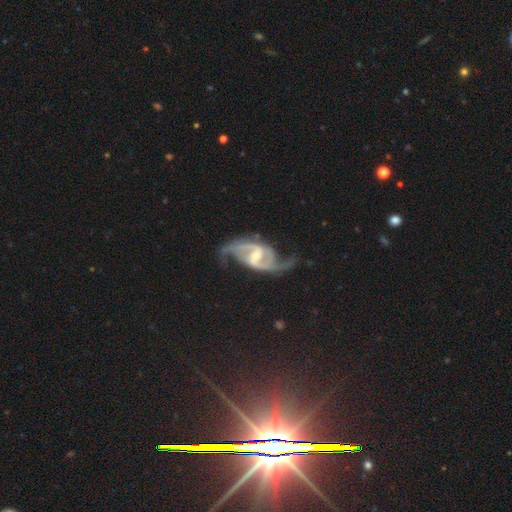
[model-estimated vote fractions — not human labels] This appears to be a featured or disk galaxy (92%) with a weak bar (52%), 2 (93%) loose (49%) spiral arms (98%) and a small central bulge (45%). Merging: none (72%).